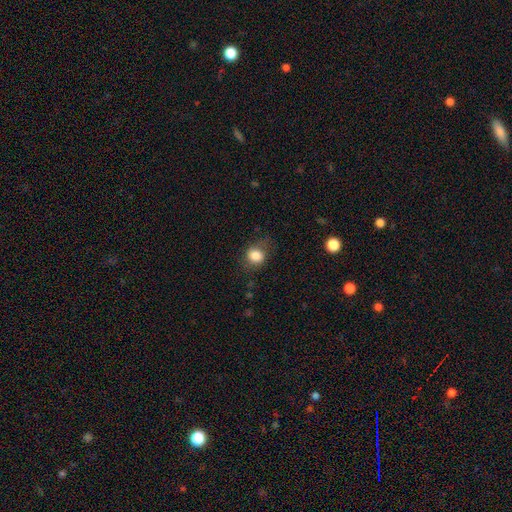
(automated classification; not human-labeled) Morphology: type=smooth (82%); roundness=round (69%); merging=none (67%).